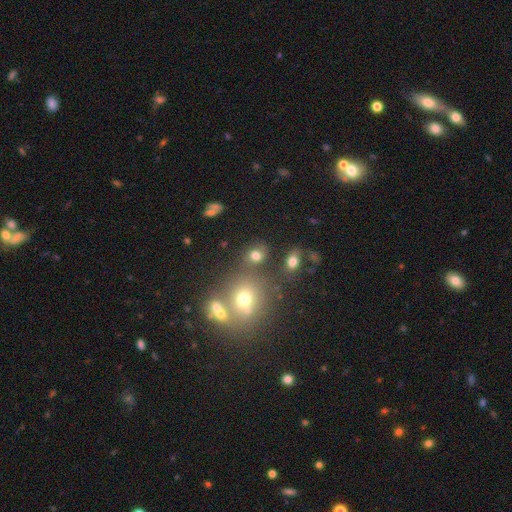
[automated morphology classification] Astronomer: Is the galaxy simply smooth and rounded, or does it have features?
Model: smooth — 72%.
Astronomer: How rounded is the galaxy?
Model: round — 63%.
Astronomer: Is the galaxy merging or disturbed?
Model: none — 63%.